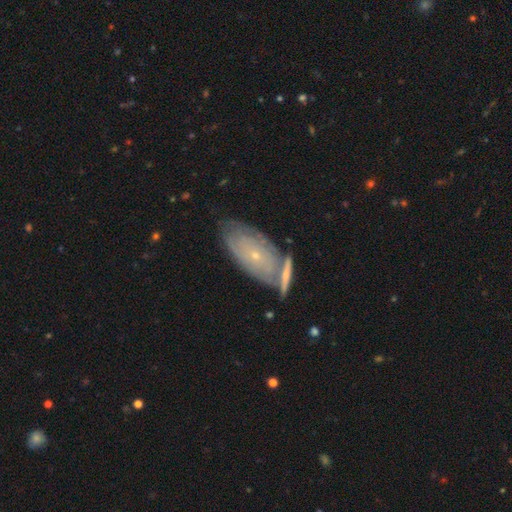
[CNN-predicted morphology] Smooth or featured? Predicted: featured or disk (p=0.65). Edge-on disk? Predicted: no (p=0.87). Bar? Predicted: no (p=0.83). Spiral arms? Predicted: yes (p=0.73). Bulge size? Predicted: small (p=0.81). Merging? Predicted: none (p=0.56).